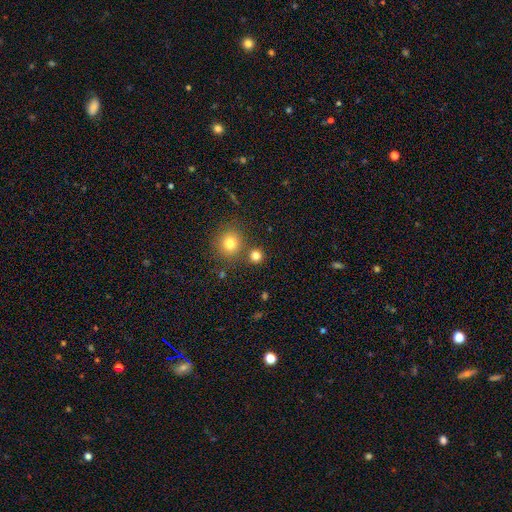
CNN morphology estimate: A smooth galaxy with no disk features (80%) that is round (90%). Merging: none (77%).